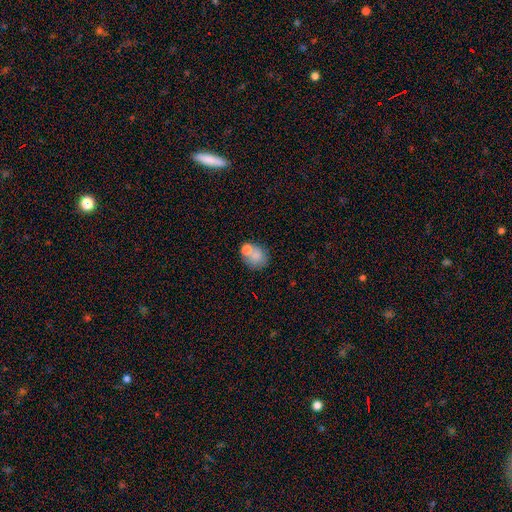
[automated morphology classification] Q: Smooth or featured?
A: smooth (74%); runner-up: featured or disk (15%)
Q: How rounded?
A: round (64%); runner-up: in between (35%)
Q: Merging?
A: none (49%); runner-up: merger (28%)